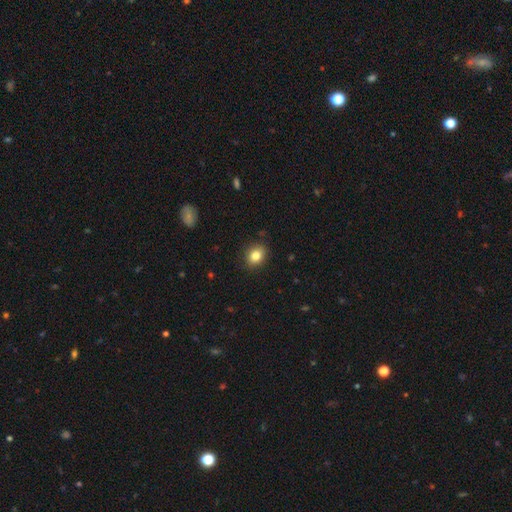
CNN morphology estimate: A smooth galaxy with no disk features (83%) that is round (57%). Merging: none (89%).